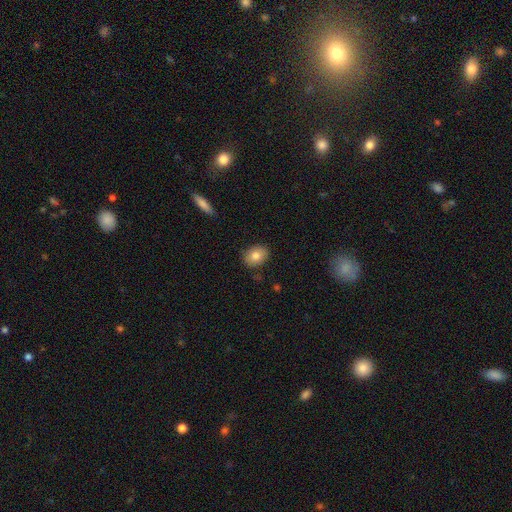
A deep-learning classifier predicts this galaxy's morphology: This appears to be a smooth galaxy with no disk features (82%) that is in between round and cigar-shaped (64%). Merging: none (86%).